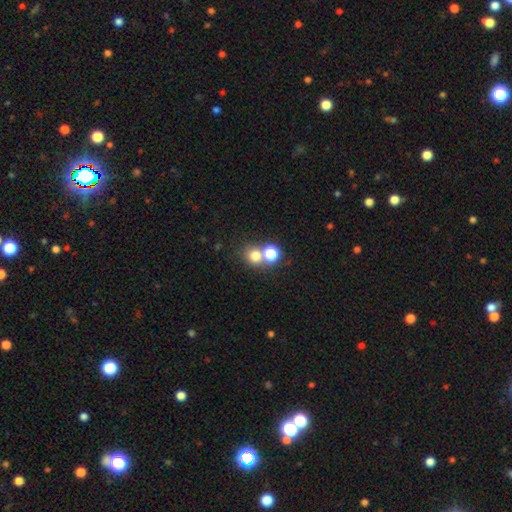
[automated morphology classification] Smooth or featured? Predicted: smooth (p=0.72). How rounded? Predicted: round (p=0.84). Merging? Predicted: none (p=0.56).